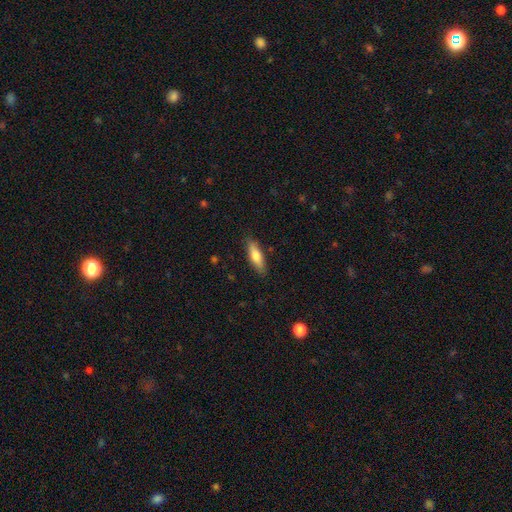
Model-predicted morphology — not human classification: Smooth or featured: smooth — 69% (featured or disk — 24%)
How rounded: cigar-shaped — 56% (in between — 42%)
Merging: none — 86% (minor disturbance — 10%)